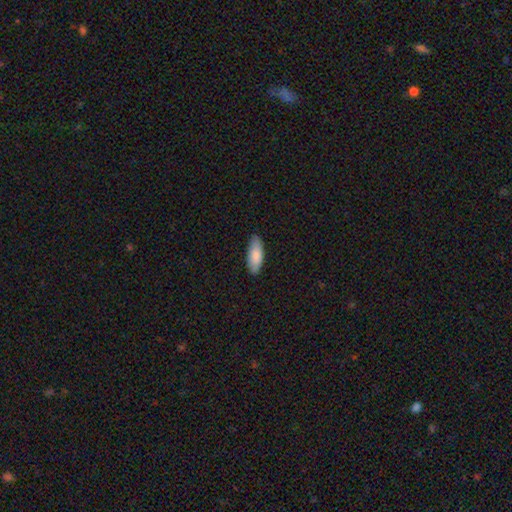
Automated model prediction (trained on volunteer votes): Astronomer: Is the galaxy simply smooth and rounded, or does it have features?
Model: smooth — 86%.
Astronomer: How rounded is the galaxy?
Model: in between — 74%.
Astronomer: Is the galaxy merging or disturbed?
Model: none — 86%.